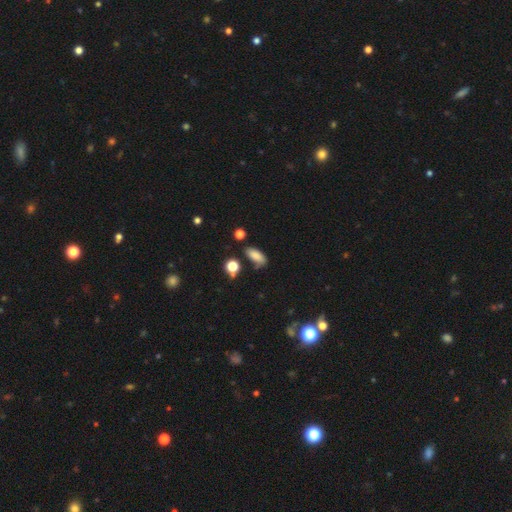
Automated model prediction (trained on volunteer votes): Smooth or featured: smooth — 81% (star or artifact — 11%)
How rounded: in between — 82% (cigar-shaped — 13%)
Merging: none — 62% (minor disturbance — 24%)